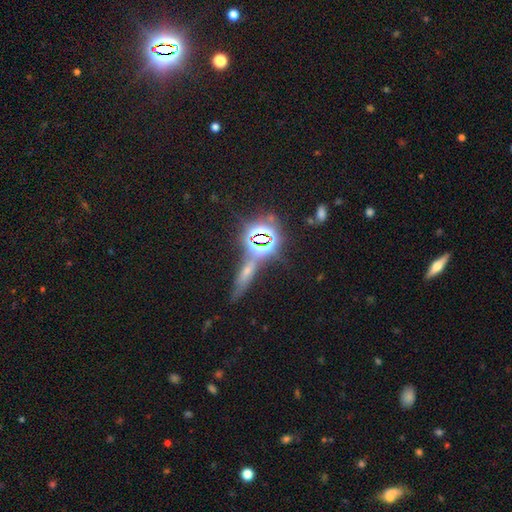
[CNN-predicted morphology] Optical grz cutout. It shows a star or artifact, not a galaxy (62%).